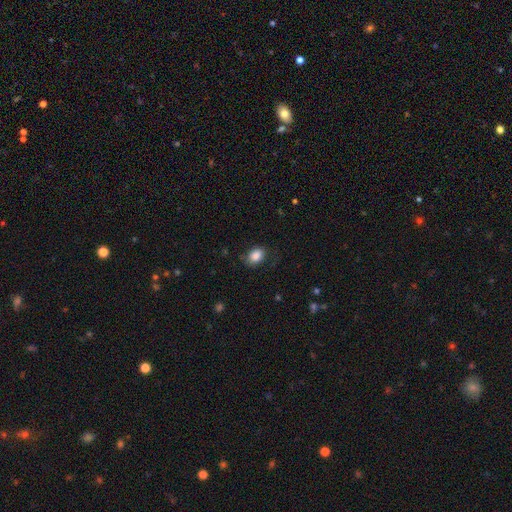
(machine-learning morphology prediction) A smooth galaxy with no disk features (85%) that is in between round and cigar-shaped (66%).

Vote fractions:
- Smooth or featured? smooth: 85% / star or artifact: 8% / featured or disk: 6%
- How rounded? in between: 66% / round: 33% / cigar-shaped: 1%
- Merging? none: 75% / minor disturbance: 18% / major disturbance: 6% / merger: 1%